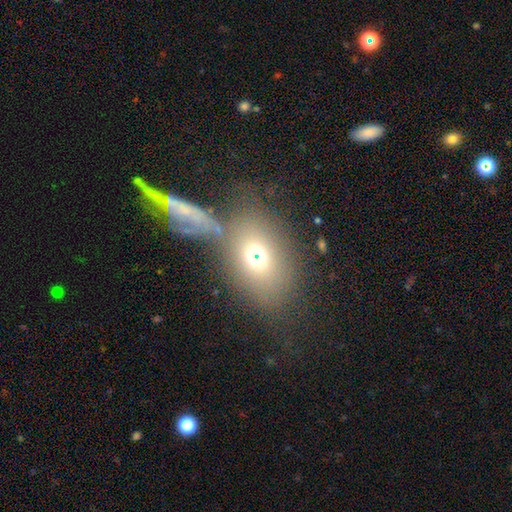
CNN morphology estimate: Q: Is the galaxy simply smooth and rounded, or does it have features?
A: smooth — 61%.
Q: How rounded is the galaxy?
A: in between — 68%.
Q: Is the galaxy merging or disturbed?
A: none — 45%.